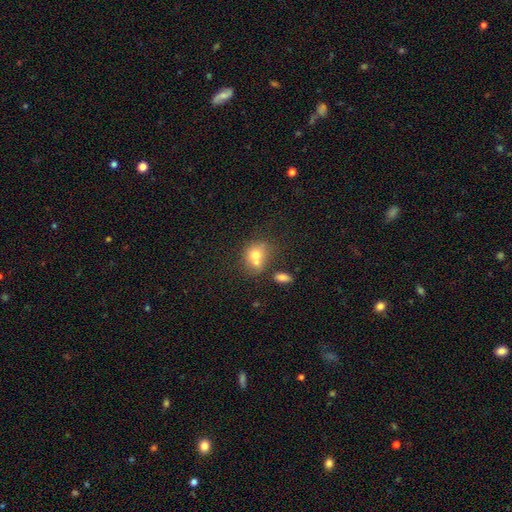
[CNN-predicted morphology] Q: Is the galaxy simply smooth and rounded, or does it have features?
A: smooth — 71%.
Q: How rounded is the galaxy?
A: round — 62%.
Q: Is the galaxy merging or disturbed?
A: merger — 46%.